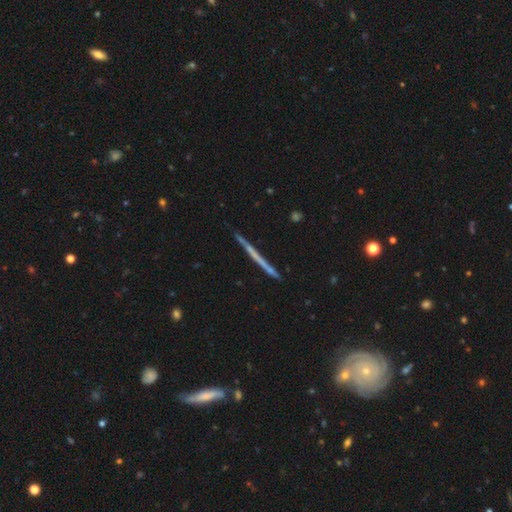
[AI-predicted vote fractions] Smooth or featured? Predicted: featured or disk (p=0.57). Edge-on disk? Predicted: yes (p=0.97). Edge-on bulge? Predicted: none (p=0.92). Merging? Predicted: none (p=0.88).